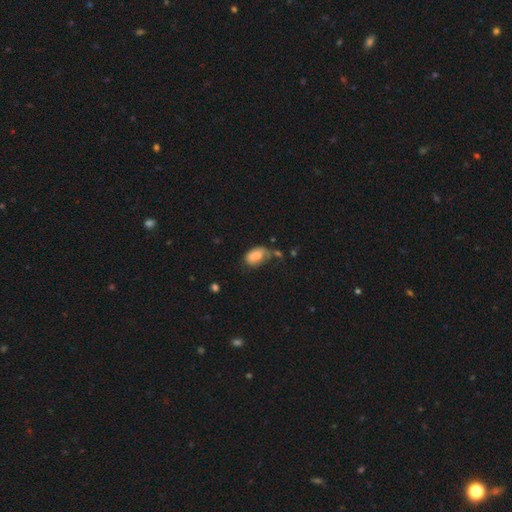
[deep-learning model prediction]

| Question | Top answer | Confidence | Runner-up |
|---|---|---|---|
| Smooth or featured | smooth | 81% | featured or disk (11%) |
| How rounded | in between | 92% | round (7%) |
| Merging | none | 40% | minor disturbance (32%) |